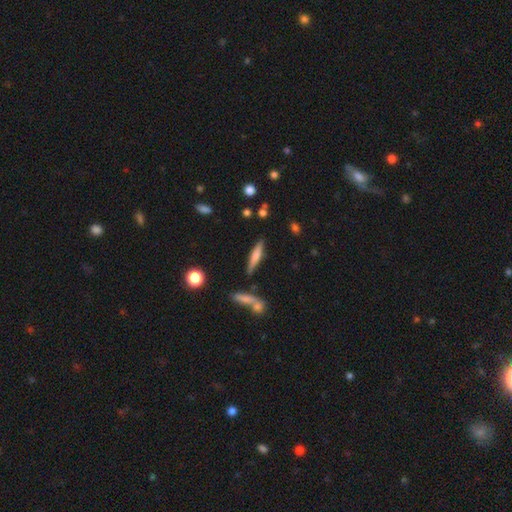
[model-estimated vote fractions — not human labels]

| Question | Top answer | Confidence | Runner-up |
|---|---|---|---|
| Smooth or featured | smooth | 59% | featured or disk (34%) |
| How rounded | cigar-shaped | 83% | in between (15%) |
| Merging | none | 79% | minor disturbance (11%) |